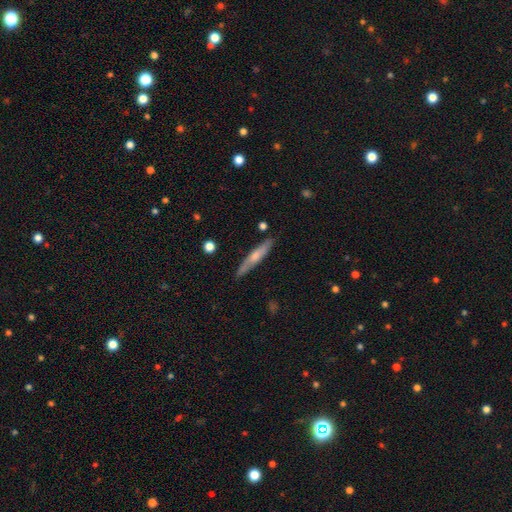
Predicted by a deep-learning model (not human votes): The model was most divided on "smooth or featured": smooth: 49%, featured or disk: 45%, star or artifact: 6%. More confident: merging — none (86%).